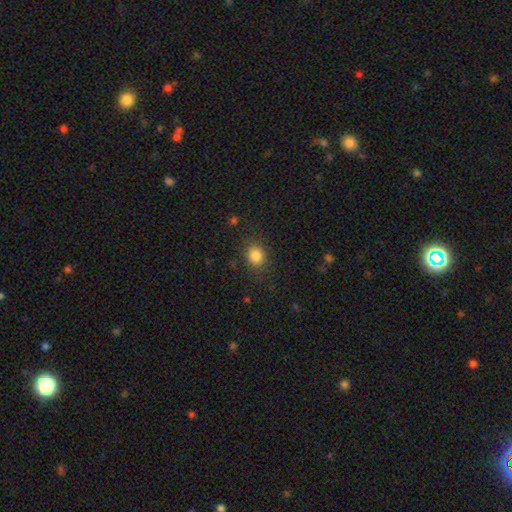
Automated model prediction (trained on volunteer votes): This appears to be a smooth galaxy with no disk features (84%) that is round (69%). Merging: none (84%).